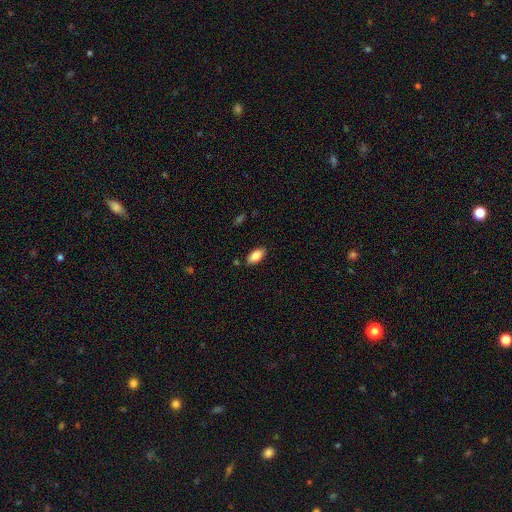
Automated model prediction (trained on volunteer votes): Smooth or featured? smooth (85%)
How rounded? in between (91%)
Merging? none (85%)